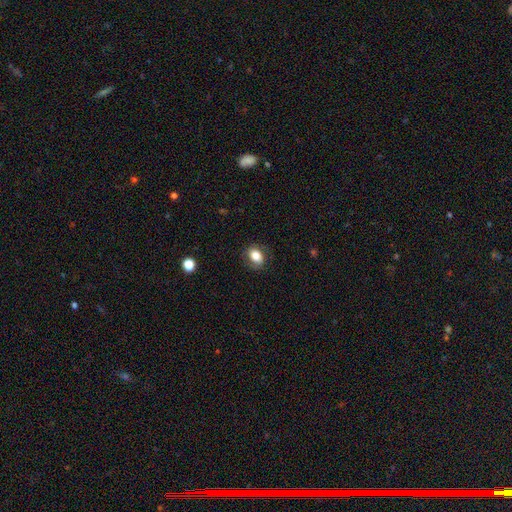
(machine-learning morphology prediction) smooth_or_featured: smooth (p=0.76) [alt: featured or disk p=0.16]
how_rounded: in between (p=0.67) [alt: round p=0.32]
merging: none (p=0.79) [alt: minor disturbance p=0.15]